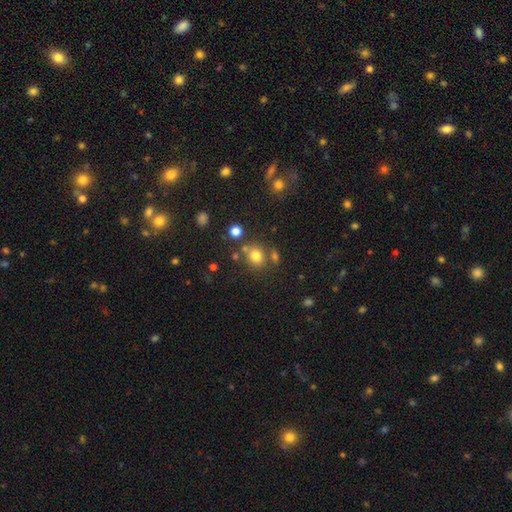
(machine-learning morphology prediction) Smooth or featured: smooth — 76% (star or artifact — 15%)
How rounded: round — 70% (in between — 29%)
Merging: none — 68% (merger — 15%)